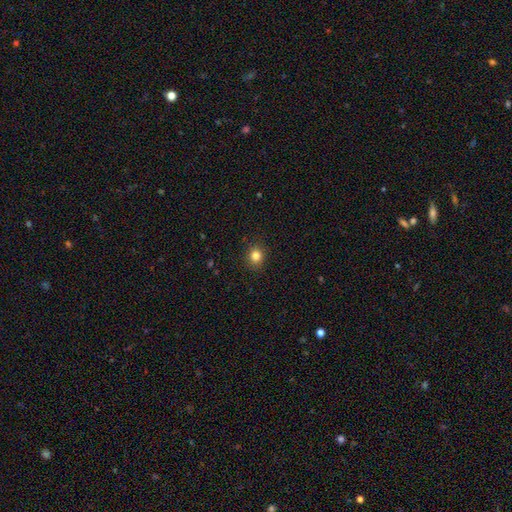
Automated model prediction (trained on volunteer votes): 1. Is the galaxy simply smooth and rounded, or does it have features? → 83% smooth, 12% star or artifact, 5% featured or disk.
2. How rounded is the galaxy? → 82% round, 17% in between, 1% cigar-shaped.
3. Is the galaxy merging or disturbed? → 90% none, 7% minor disturbance, 2% major disturbance, 1% merger.